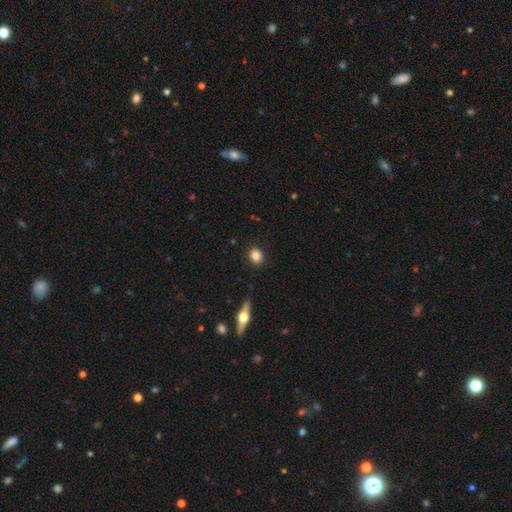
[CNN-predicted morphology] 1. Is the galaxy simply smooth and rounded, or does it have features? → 84% smooth, 8% star or artifact, 8% featured or disk.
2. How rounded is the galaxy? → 62% round, 36% in between, 2% cigar-shaped.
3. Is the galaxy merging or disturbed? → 89% none, 7% minor disturbance, 2% major disturbance, 1% merger.